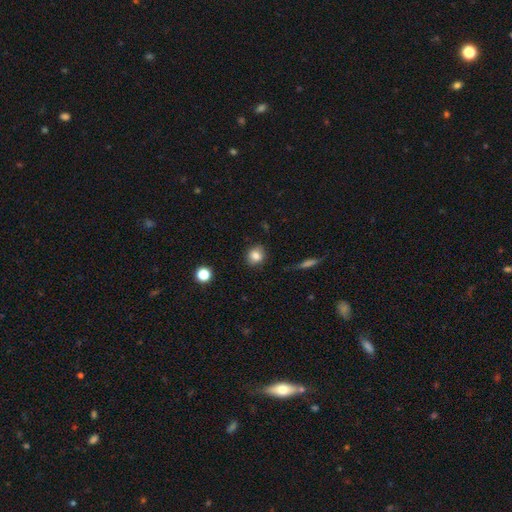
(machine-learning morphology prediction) The model was most divided on "how rounded": round: 76%, in between: 22%, cigar-shaped: 1%. More confident: merging — none (86%); smooth or featured — smooth (83%).